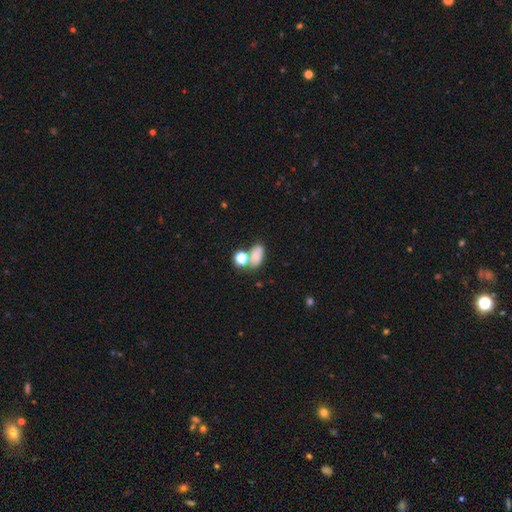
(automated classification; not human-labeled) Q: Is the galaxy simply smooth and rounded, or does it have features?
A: smooth — 72%.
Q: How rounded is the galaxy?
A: in between — 80%.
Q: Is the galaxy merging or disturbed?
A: none — 44%.